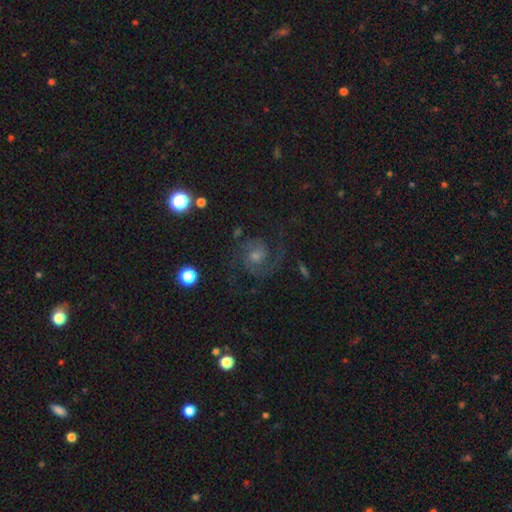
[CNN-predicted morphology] featured or disk 82%, star or artifact 10%, smooth 8%. Down the decision tree: edge-on disk — no (98%); bar — no (63%); spiral arms — yes (97%); spiral arm count — 2 (84%); spiral winding — medium (54%); bulge size — moderate (47%); merging — none (76%).